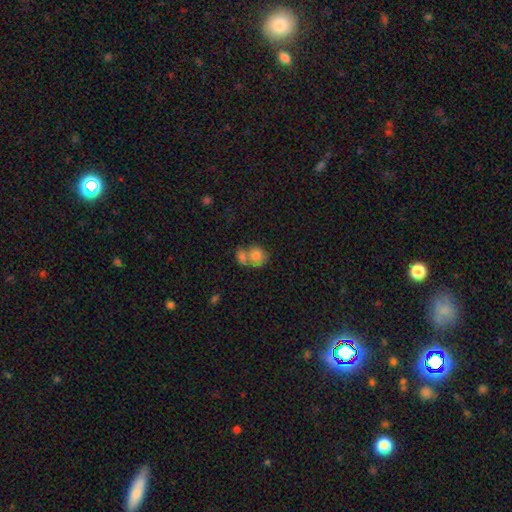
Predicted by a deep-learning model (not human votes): smooth-or-featured: smooth: 78% | featured or disk: 14% | star or artifact: 8%
  how-rounded: round: 71% | in between: 28% | cigar-shaped: 1%
  merging: merger: 58% | none: 29% | minor disturbance: 9% | major disturbance: 5%